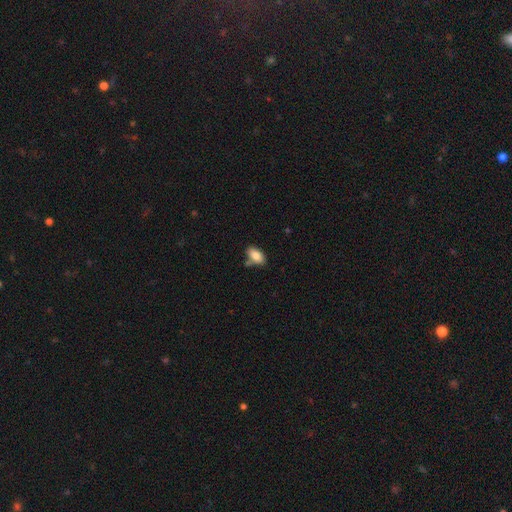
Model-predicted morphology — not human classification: type=smooth (85%); roundness=in between (93%); merging=none (72%).